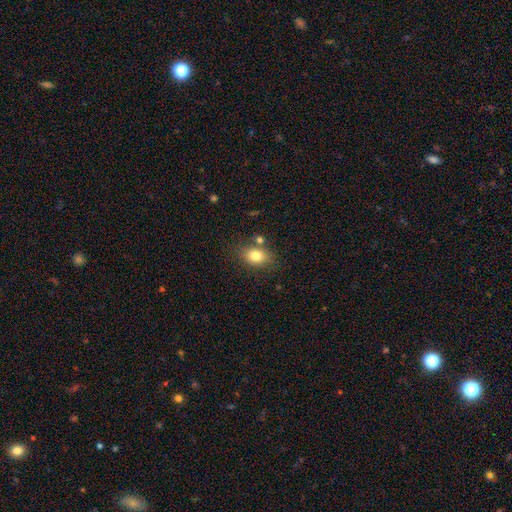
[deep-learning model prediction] The model was most divided on "how rounded": in between: 67%, round: 32%, cigar-shaped: 1%. More confident: smooth or featured — smooth (80%); merging — none (72%).